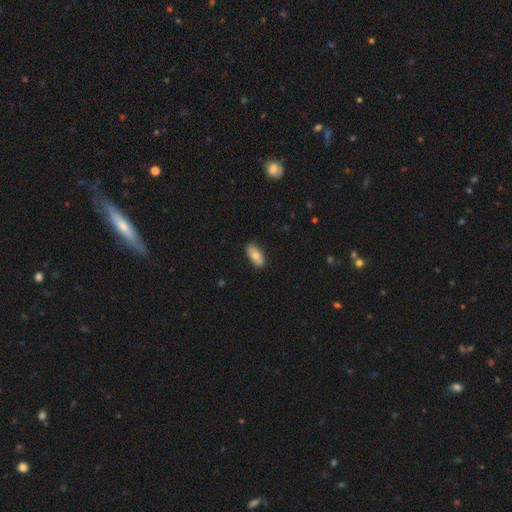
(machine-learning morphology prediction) smooth_or_featured: smooth (p=0.72) [alt: featured or disk p=0.21]
how_rounded: in between (p=0.85) [alt: cigar-shaped p=0.12]
merging: none (p=0.83) [alt: minor disturbance p=0.13]